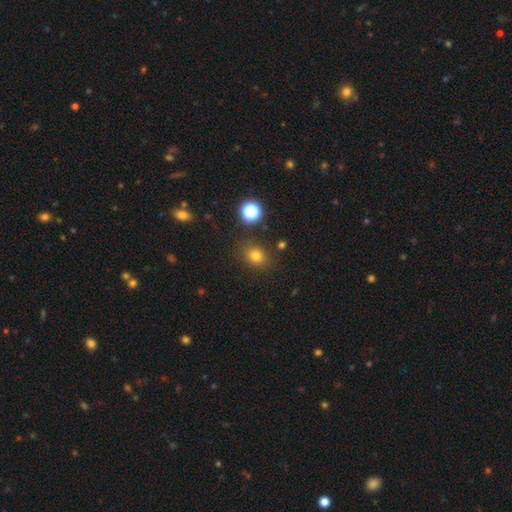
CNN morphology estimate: Smooth or featured: smooth — 76% (star or artifact — 17%)
How rounded: round — 64% (in between — 35%)
Merging: none — 83% (minor disturbance — 11%)